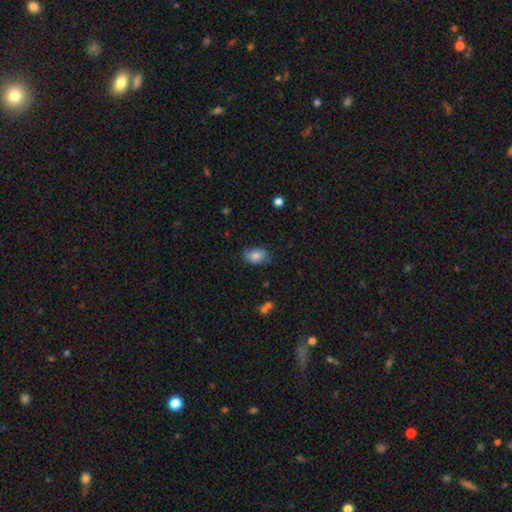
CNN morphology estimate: Smooth or featured?
  - smooth: 83% *
  - featured or disk: 9%
  - star or artifact: 8%
How rounded?
  - in between: 86% *
  - round: 13%
  - cigar-shaped: 1%
Merging?
  - none: 77% *
  - minor disturbance: 18%
  - major disturbance: 3%
  - merger: 1%